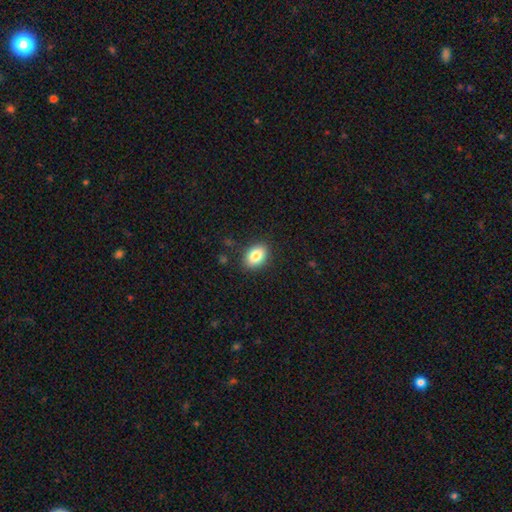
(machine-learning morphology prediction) A smooth galaxy with no disk features (85%) that is in between round and cigar-shaped (81%). Merging: none (87%).